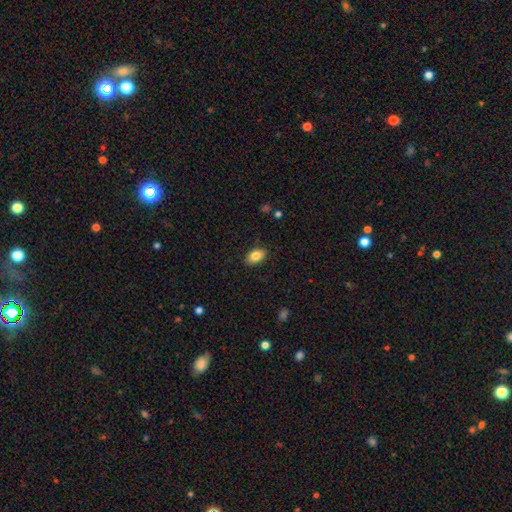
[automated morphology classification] This is clearly a smooth galaxy (84%). How rounded: clearly in between (90%). Merging: clearly none (86%).